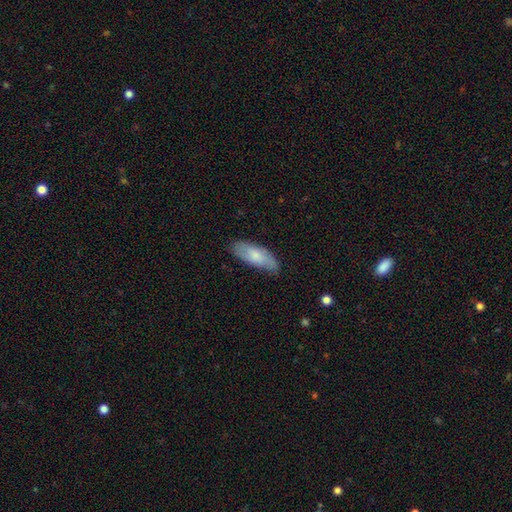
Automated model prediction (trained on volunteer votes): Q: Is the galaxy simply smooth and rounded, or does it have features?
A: smooth — 71%.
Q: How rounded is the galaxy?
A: in between — 72%.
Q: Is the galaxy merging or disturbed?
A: none — 71%.